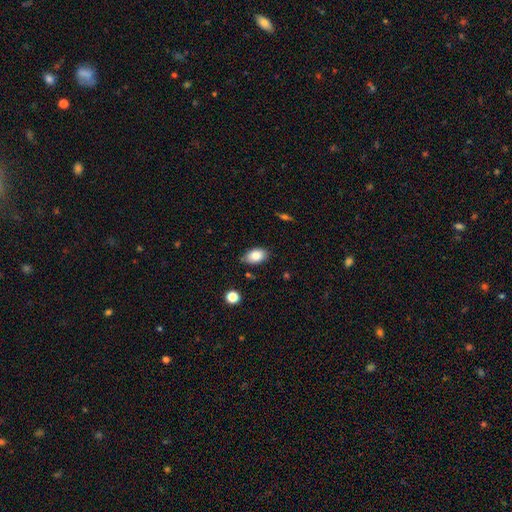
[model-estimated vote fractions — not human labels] Morphology: type=smooth (85%); roundness=in between (90%); merging=none (78%).